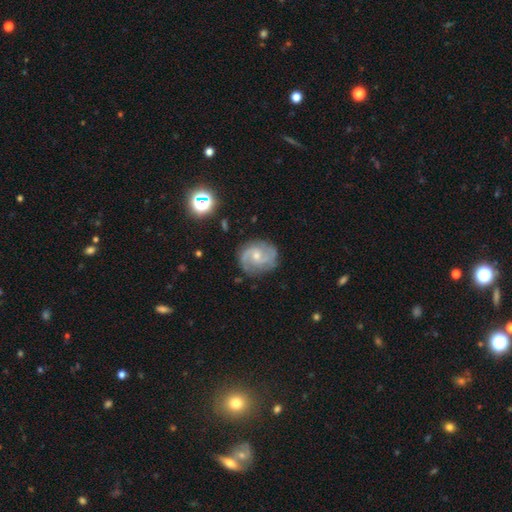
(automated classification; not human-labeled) smooth_or_featured: featured or disk (p=0.82) [alt: smooth p=0.10]
disk_edge_on: no (p=0.98) [alt: yes p=0.02]
bar: no (p=0.53) [alt: weak p=0.40]
has_spiral_arms: yes (p=0.96) [alt: no p=0.04]
spiral_winding: medium (p=0.48) [alt: tight p=0.36]
spiral_arm_count: 2 (p=0.66) [alt: 3 p=0.13]
bulge_size: small (p=0.53) [alt: moderate p=0.43]
merging: none (p=0.78) [alt: minor disturbance p=0.15]